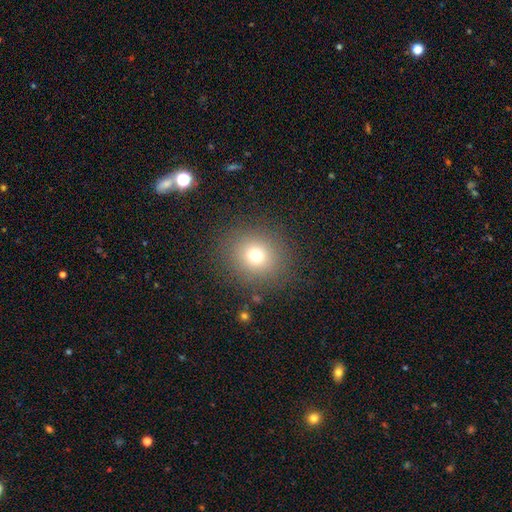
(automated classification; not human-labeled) Overall: smooth (71%). How rounded: round (85%). Merging: none (87%).